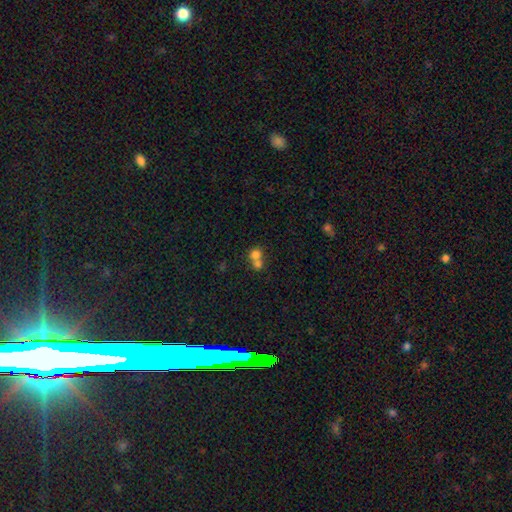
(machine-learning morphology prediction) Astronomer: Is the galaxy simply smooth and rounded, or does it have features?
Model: smooth — 74%.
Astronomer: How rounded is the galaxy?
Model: round — 73%.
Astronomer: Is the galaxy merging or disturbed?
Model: merger — 65%.